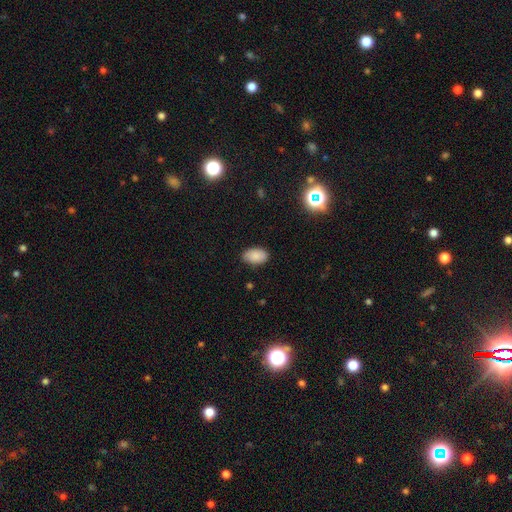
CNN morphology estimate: smooth-or-featured: smooth: 86% | star or artifact: 8% | featured or disk: 5%
  how-rounded: in between: 93% | round: 6% | cigar-shaped: 1%
  merging: none: 84% | minor disturbance: 13% | major disturbance: 2% | merger: 1%